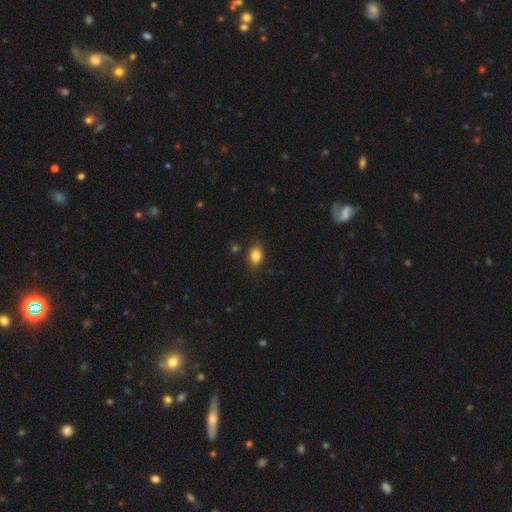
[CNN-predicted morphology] A smooth galaxy with no disk features (83%) that is in between round and cigar-shaped (81%). Merging: none (83%).